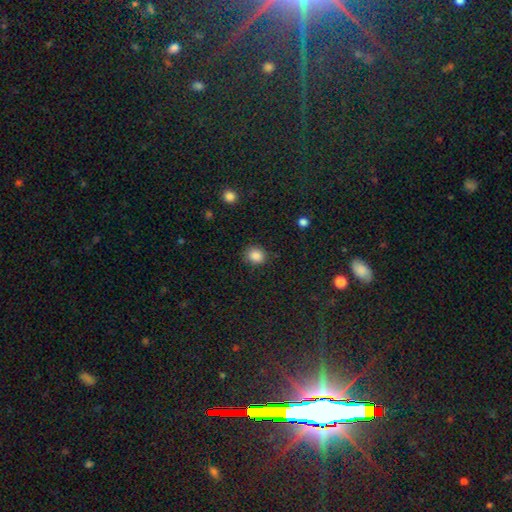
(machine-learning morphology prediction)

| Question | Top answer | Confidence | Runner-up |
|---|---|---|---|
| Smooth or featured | smooth | 86% | star or artifact (10%) |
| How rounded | round | 75% | in between (24%) |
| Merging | none | 85% | minor disturbance (11%) |